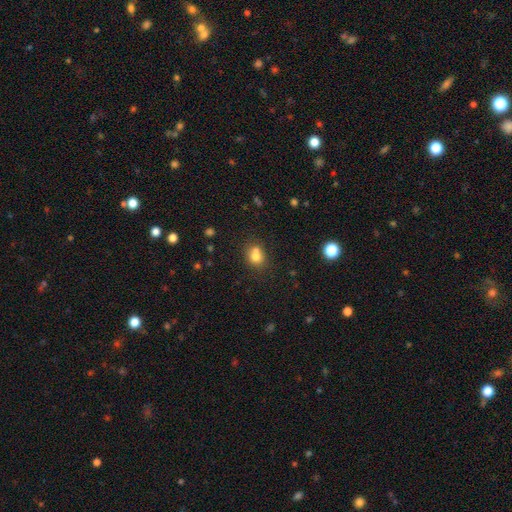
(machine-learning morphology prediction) A smooth galaxy with no disk features (74%) that is round (64%). Merging: none (44%).